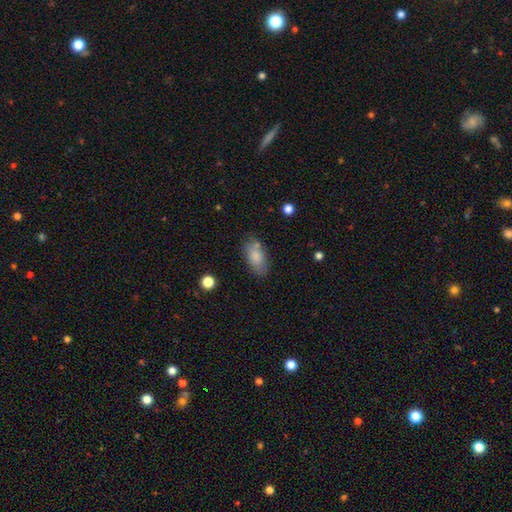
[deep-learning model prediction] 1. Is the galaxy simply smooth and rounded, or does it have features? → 81% smooth, 12% featured or disk, 7% star or artifact.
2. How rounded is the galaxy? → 92% in between, 4% cigar-shaped, 4% round.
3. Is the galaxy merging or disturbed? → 70% none, 18% minor disturbance, 6% merger, 5% major disturbance.